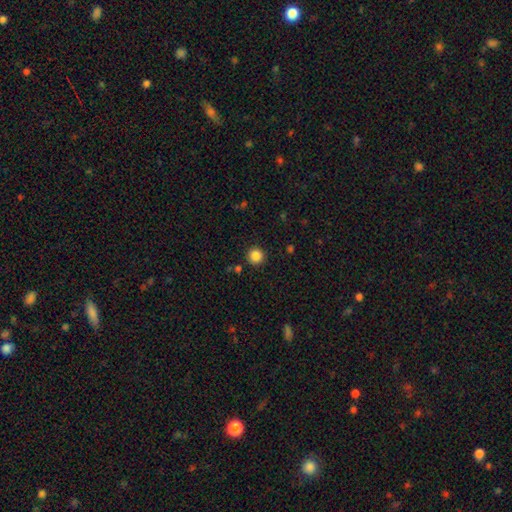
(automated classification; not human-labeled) A smooth galaxy with no disk features (86%) that is round (95%).

Vote fractions:
- Smooth or featured? smooth: 86% / star or artifact: 11% / featured or disk: 3%
- How rounded? round: 95% / in between: 4% / cigar-shaped: 1%
- Merging? none: 91% / minor disturbance: 5% / major disturbance: 2% / merger: 2%